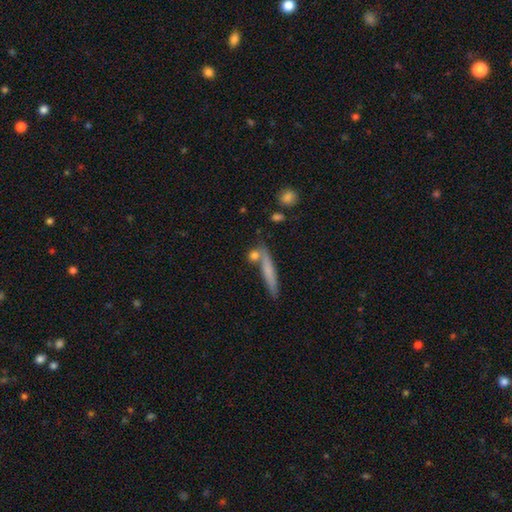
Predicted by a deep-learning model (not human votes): This is likely a smooth galaxy (65%). How rounded: likely cigar-shaped (72%). Merging: likely none (68%).